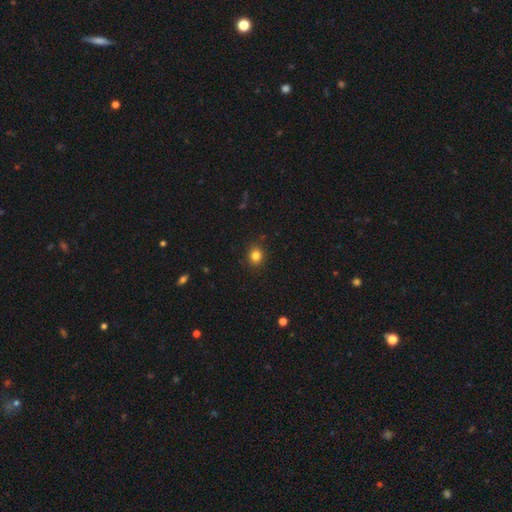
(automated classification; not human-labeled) smooth-or-featured: smooth: 83% | star or artifact: 12% | featured or disk: 5%
  how-rounded: round: 76% | in between: 23% | cigar-shaped: 1%
  merging: none: 89% | minor disturbance: 8% | major disturbance: 2% | merger: 1%